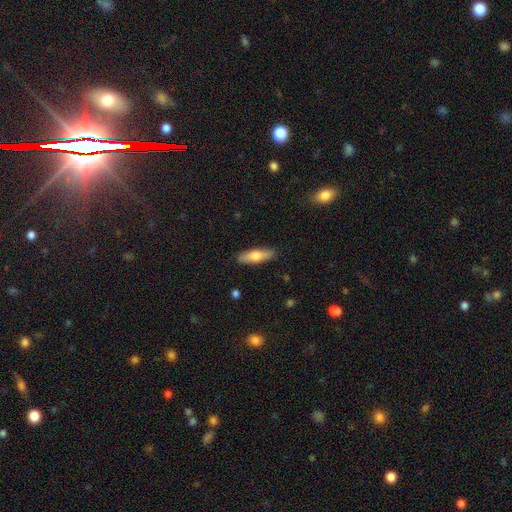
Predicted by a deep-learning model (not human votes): Q: Smooth or featured?
A: smooth (65%); runner-up: featured or disk (29%)
Q: How rounded?
A: cigar-shaped (52%); runner-up: in between (46%)
Q: Merging?
A: none (88%); runner-up: minor disturbance (9%)